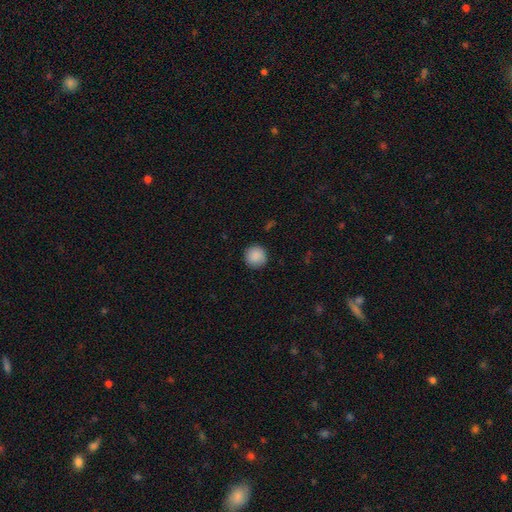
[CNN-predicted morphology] Smooth or featured? smooth (89%)
How rounded? round (95%)
Merging? none (90%)